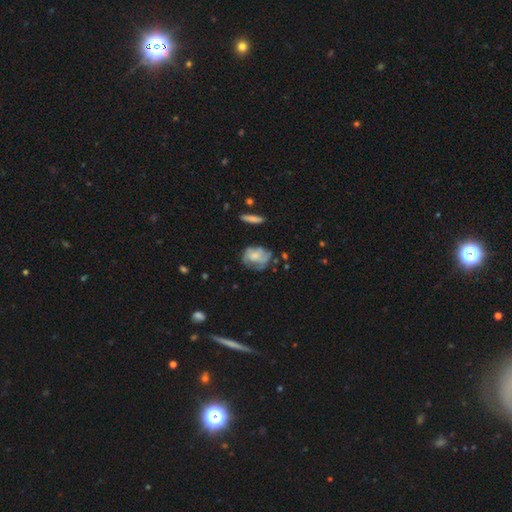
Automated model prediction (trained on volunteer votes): Smooth or featured: smooth — 51% (featured or disk — 40%)
How rounded: in between — 55% (round — 43%)
Merging: none — 43% (minor disturbance — 30%)